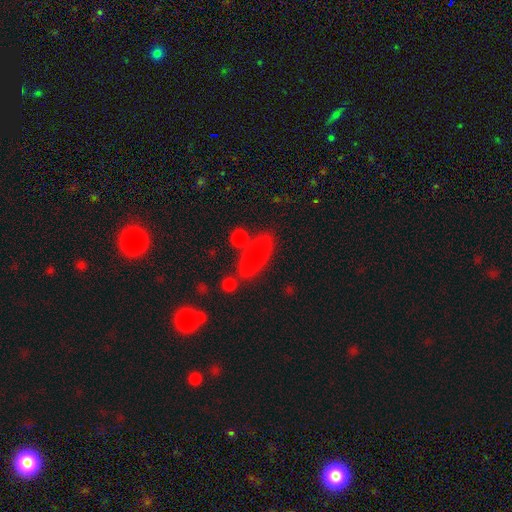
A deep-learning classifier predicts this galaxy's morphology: This appears to be a smooth galaxy with no disk features (78%) that is in between round and cigar-shaped (55%). Merging: none (72%).